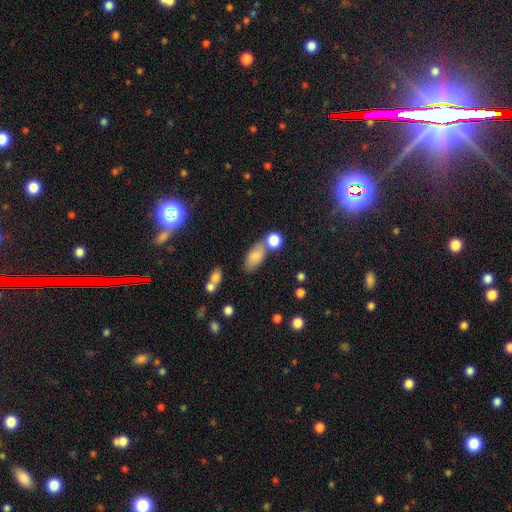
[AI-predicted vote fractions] The model was most divided on "merging": none: 56%, merger: 22%, minor disturbance: 16%, major disturbance: 6%. More confident: how rounded — in between (84%); smooth or featured — smooth (80%).